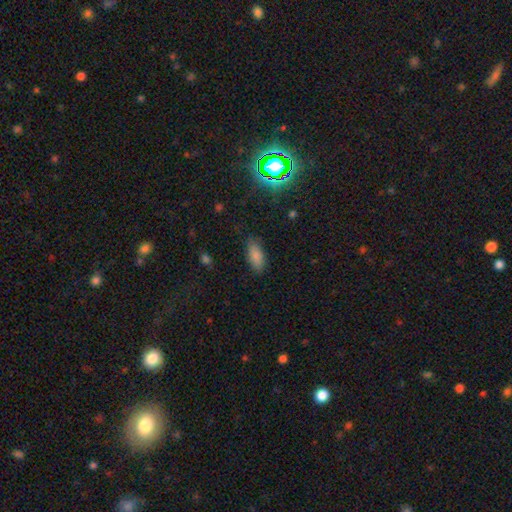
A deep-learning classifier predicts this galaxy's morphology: Smooth or featured? smooth (85%)
How rounded? in between (86%)
Merging? none (82%)